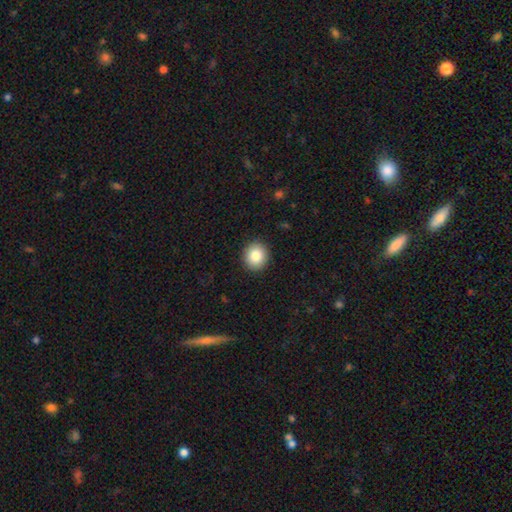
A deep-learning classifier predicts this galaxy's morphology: Smooth or featured?
  - smooth: 84% *
  - star or artifact: 9%
  - featured or disk: 7%
How rounded?
  - round: 85% *
  - in between: 14%
  - cigar-shaped: 1%
Merging?
  - none: 92% *
  - minor disturbance: 6%
  - major disturbance: 2%
  - merger: 1%